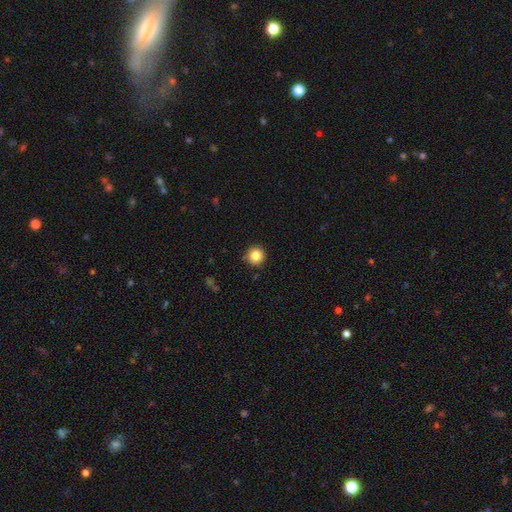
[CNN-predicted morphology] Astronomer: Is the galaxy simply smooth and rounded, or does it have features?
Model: smooth — 84%.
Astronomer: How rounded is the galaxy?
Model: round — 95%.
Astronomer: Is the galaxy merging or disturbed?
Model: none — 89%.